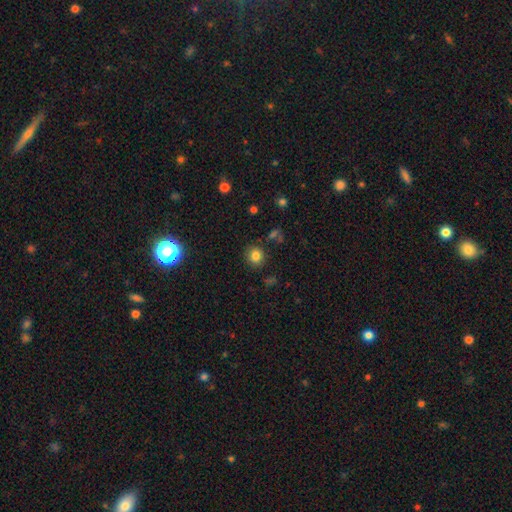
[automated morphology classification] This appears to be a smooth galaxy with no disk features (82%) that is round (84%). Merging: none (85%).